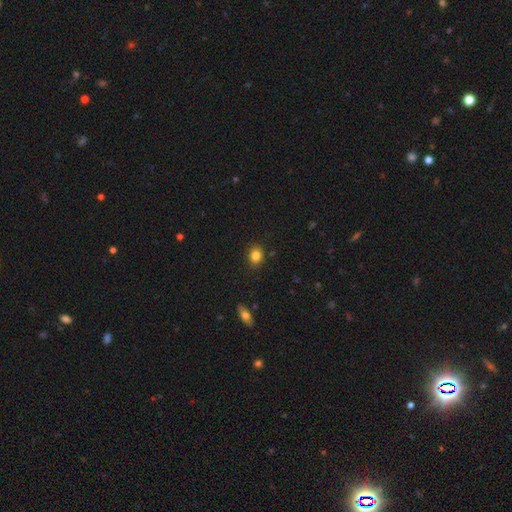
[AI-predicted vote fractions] The model was most divided on "how rounded": round: 52%, in between: 47%, cigar-shaped: 1%. More confident: merging — none (86%); smooth or featured — smooth (84%).